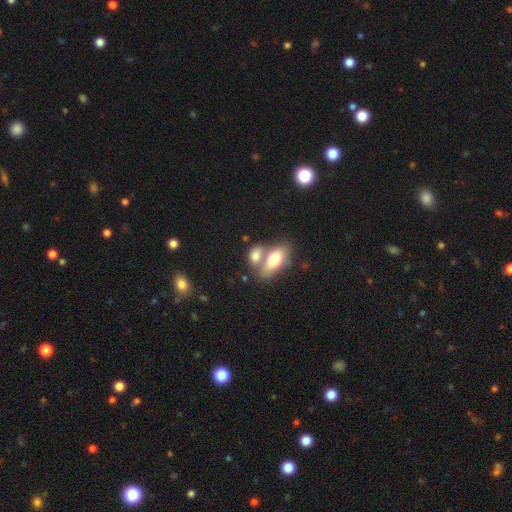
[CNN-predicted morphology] Smooth or featured? smooth (75%)
How rounded? in between (82%)
Merging? merger (55%)